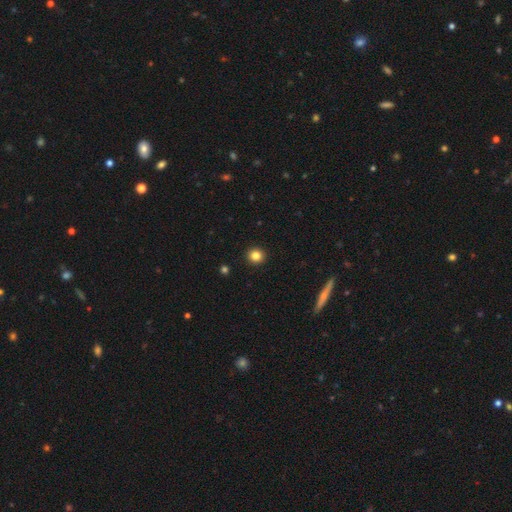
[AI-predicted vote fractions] The model was most divided on "smooth or featured": smooth: 83%, star or artifact: 11%, featured or disk: 5%. More confident: merging — none (93%); how rounded — round (91%).